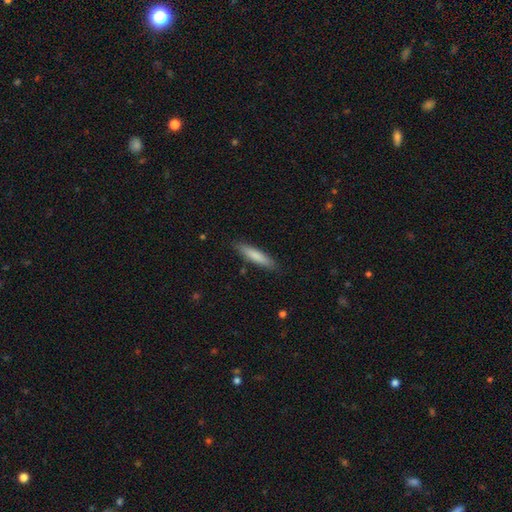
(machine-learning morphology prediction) This is likely a smooth galaxy (79%). How rounded: clearly cigar-shaped (84%). Merging: clearly none (86%).